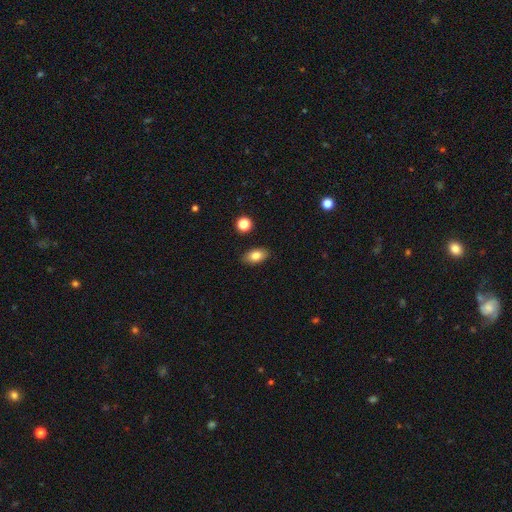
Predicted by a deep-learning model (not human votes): smooth 81%, featured or disk 11%, star or artifact 9%. Down the decision tree: how rounded — in between (90%); merging — none (88%).